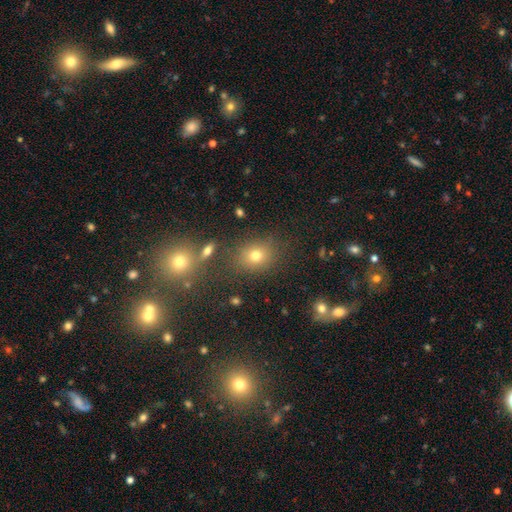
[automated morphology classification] A smooth galaxy with no disk features (70%) that is round (61%). Merging: none (78%).